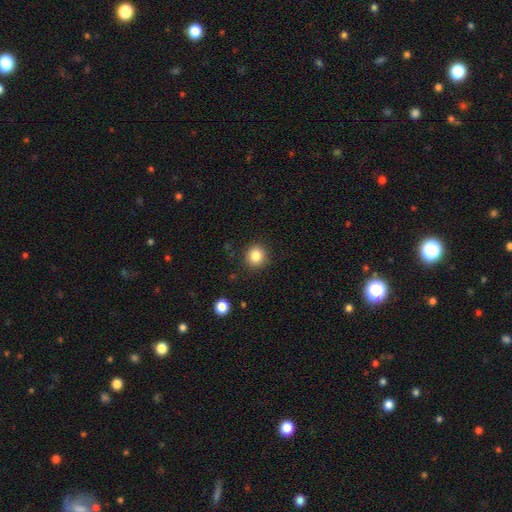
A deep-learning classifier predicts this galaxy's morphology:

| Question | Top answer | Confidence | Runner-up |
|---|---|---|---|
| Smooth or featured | smooth | 85% | star or artifact (10%) |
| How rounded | round | 90% | in between (9%) |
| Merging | none | 89% | minor disturbance (7%) |